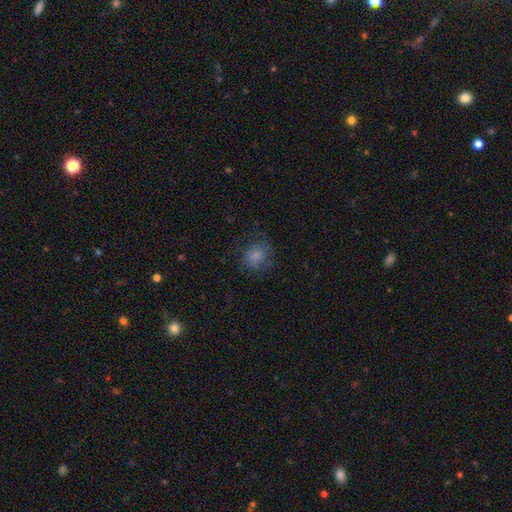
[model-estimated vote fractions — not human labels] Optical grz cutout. It shows a smooth galaxy with no disk features (75%) that is round (74%). Merging: none (66%).